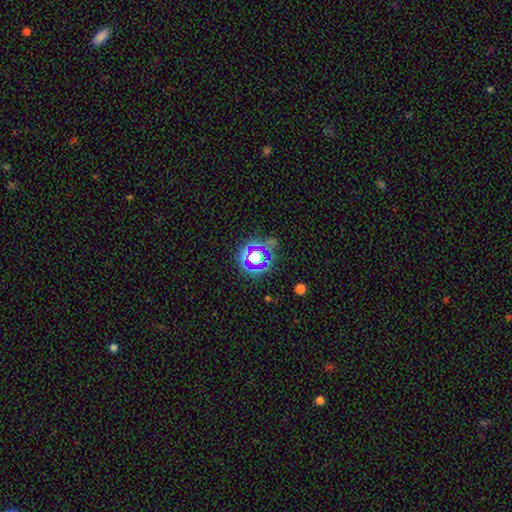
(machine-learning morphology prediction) Smooth or featured? star or artifact (56%)